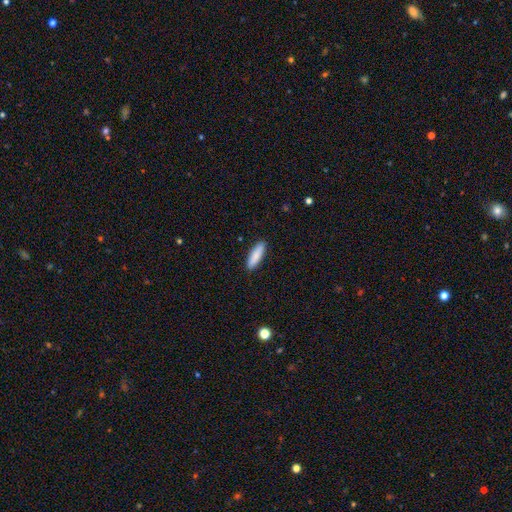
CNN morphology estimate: This is clearly a smooth galaxy (87%). How rounded: likely cigar-shaped (61%). Merging: clearly none (90%).